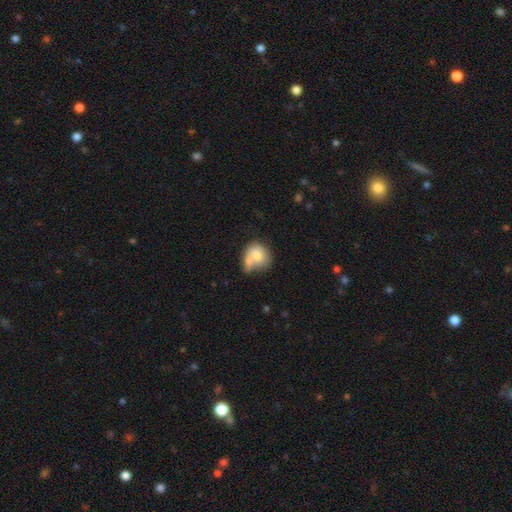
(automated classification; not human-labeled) A smooth galaxy with no disk features (71%) that is round (64%).

Vote fractions:
- Smooth or featured? smooth: 71% / featured or disk: 22% / star or artifact: 7%
- How rounded? round: 64% / in between: 35% / cigar-shaped: 1%
- Merging? merger: 50% / none: 28% / minor disturbance: 15% / major disturbance: 8%